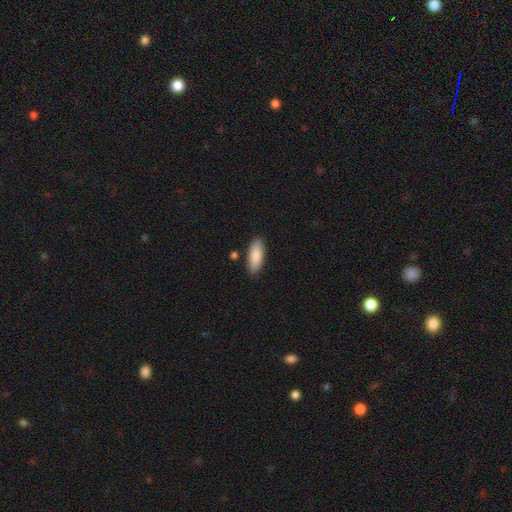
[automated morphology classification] A smooth galaxy with no disk features (86%) that is in between round and cigar-shaped (73%). Merging: none (85%).